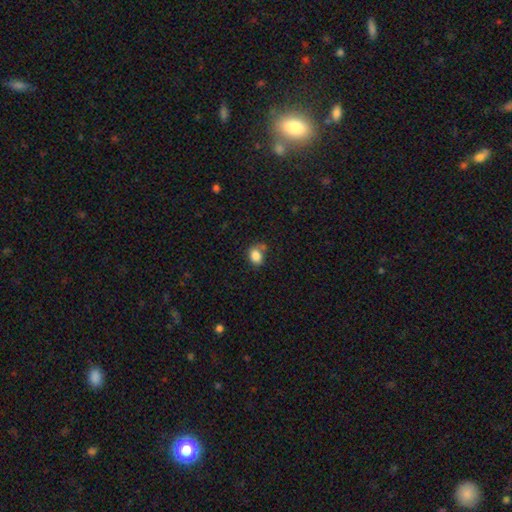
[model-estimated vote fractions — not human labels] This is clearly a smooth galaxy (84%). How rounded: possibly in between (59%). Merging: possibly none (59%).